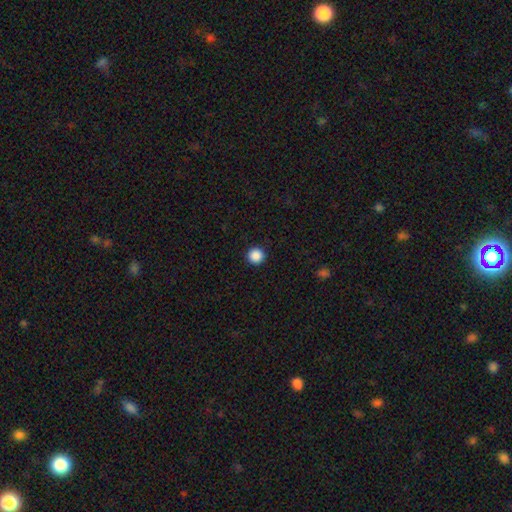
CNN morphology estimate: Overall: smooth (88%). How rounded: round (96%). Merging: none (93%).